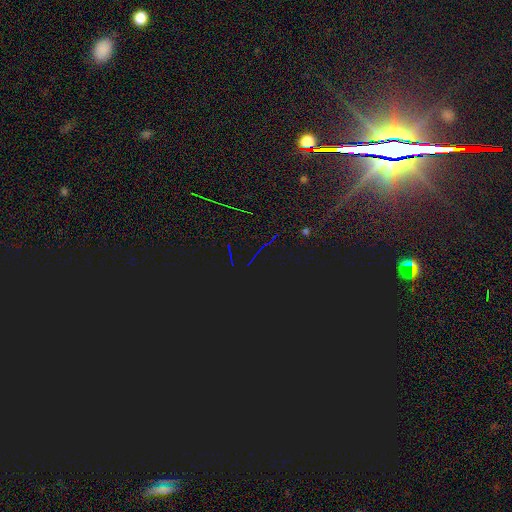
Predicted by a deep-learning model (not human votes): Smooth or featured?
  - star or artifact: 86% *
  - smooth: 7%
  - featured or disk: 7%